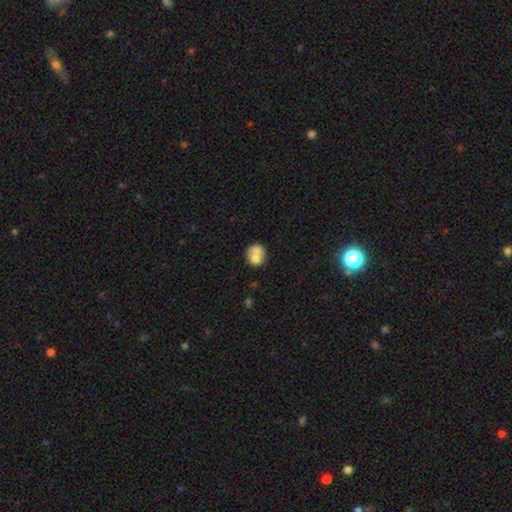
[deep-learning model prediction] Smooth or featured: smooth — 71% (featured or disk — 21%)
How rounded: round — 74% (in between — 25%)
Merging: merger — 46% (none — 37%)